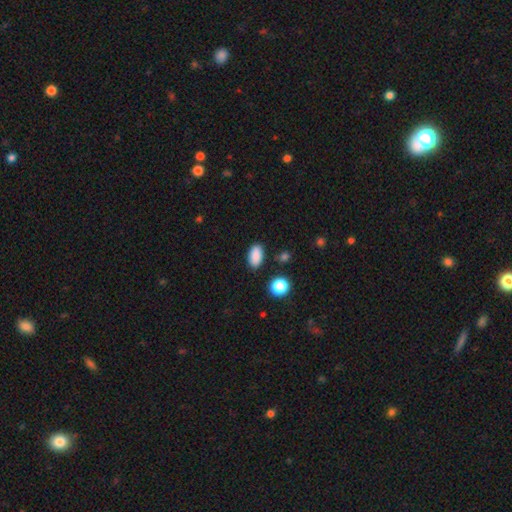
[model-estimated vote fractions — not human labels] The model was most divided on "merging": none: 86%, minor disturbance: 9%, major disturbance: 3%, merger: 2%. More confident: how rounded — in between (91%); smooth or featured — smooth (88%).